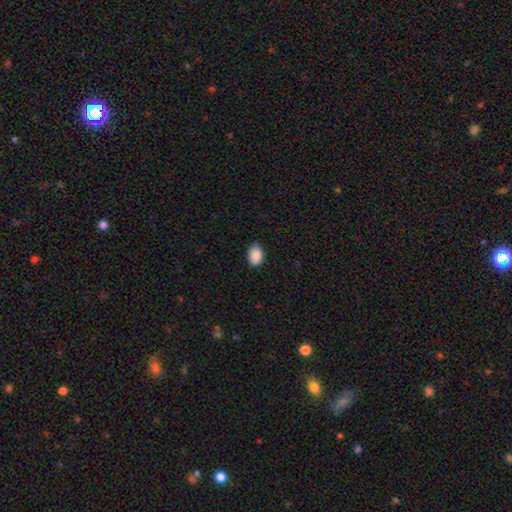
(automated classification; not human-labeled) This is clearly a smooth galaxy (90%). How rounded: clearly in between (83%). Merging: clearly none (84%).